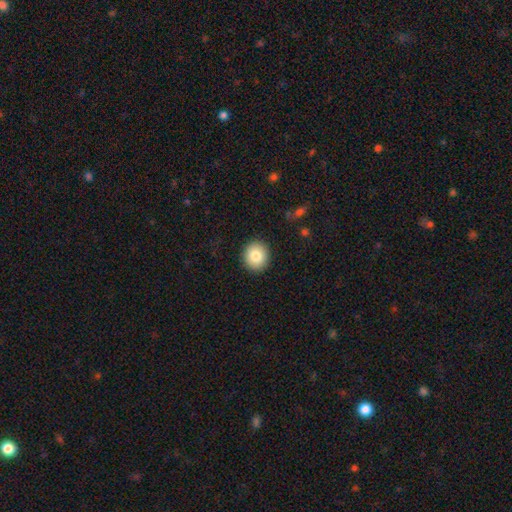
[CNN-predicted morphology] type=smooth (82%); roundness=round (84%); merging=none (92%).